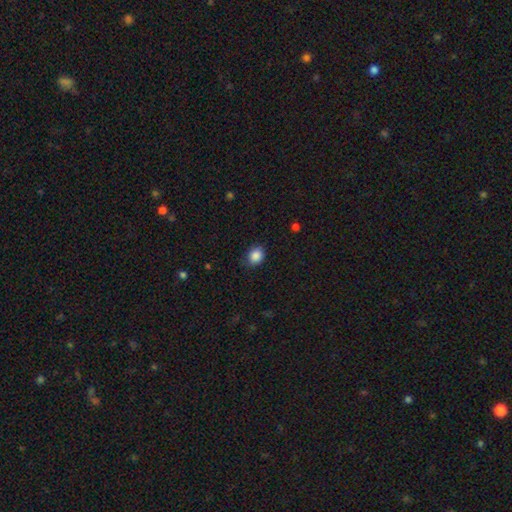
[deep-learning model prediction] This is clearly a smooth galaxy (87%). How rounded: possibly round (59%). Merging: likely none (80%).